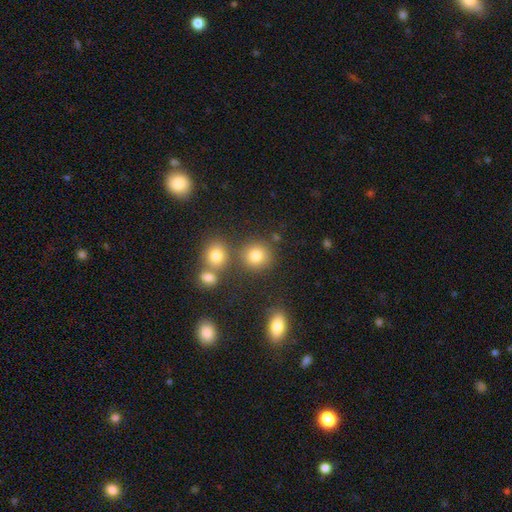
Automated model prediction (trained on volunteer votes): Q: Smooth or featured?
A: smooth (78%); runner-up: star or artifact (15%)
Q: How rounded?
A: round (88%); runner-up: in between (11%)
Q: Merging?
A: none (75%); runner-up: merger (13%)